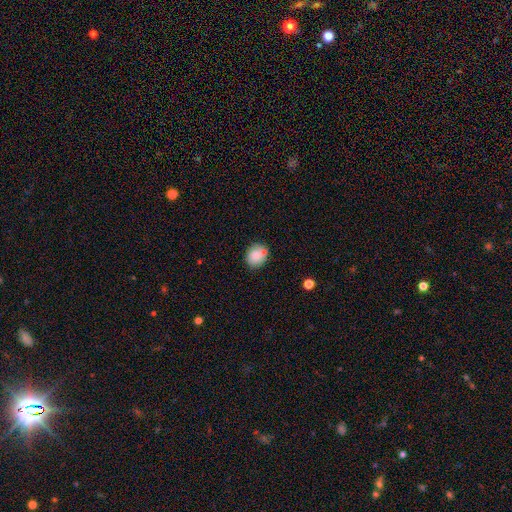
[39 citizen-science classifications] Overall: smooth (82%). How rounded: round (81%). Merging: none (86%).